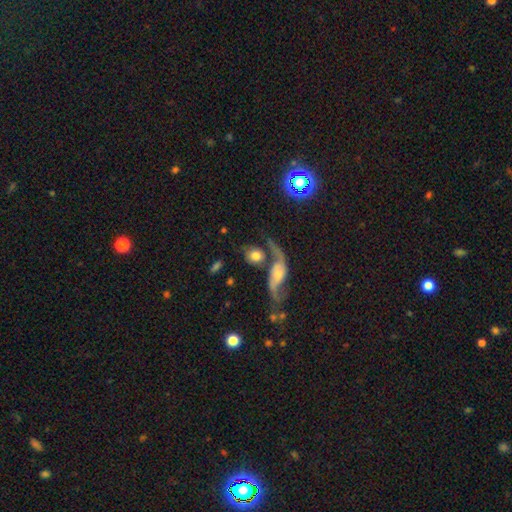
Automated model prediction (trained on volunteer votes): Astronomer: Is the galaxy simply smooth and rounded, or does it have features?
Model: smooth — 55% (runner-up: featured or disk, 36%).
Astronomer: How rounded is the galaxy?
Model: round — 57% (runner-up: in between, 39%).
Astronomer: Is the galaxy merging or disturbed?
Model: none — 37%, tied with merger at 37%.